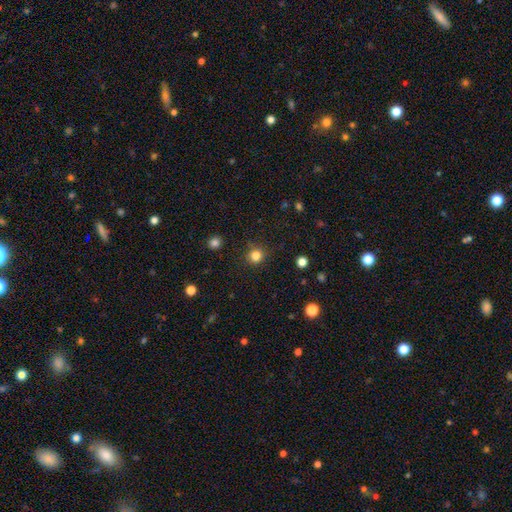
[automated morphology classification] This is clearly a smooth galaxy (82%). How rounded: clearly round (91%). Merging: clearly none (87%).